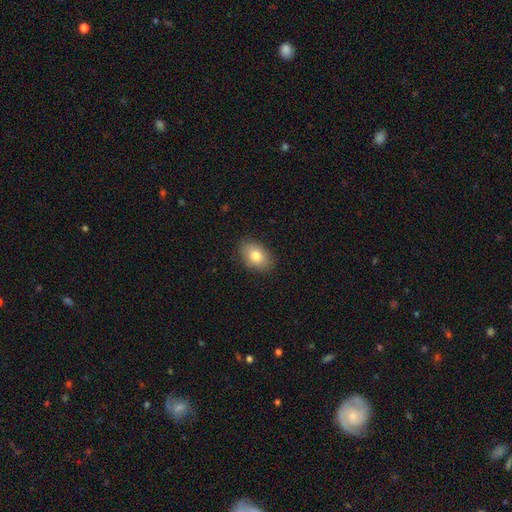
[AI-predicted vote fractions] A smooth galaxy with no disk features (81%) that is in between round and cigar-shaped (87%). Merging: none (87%).